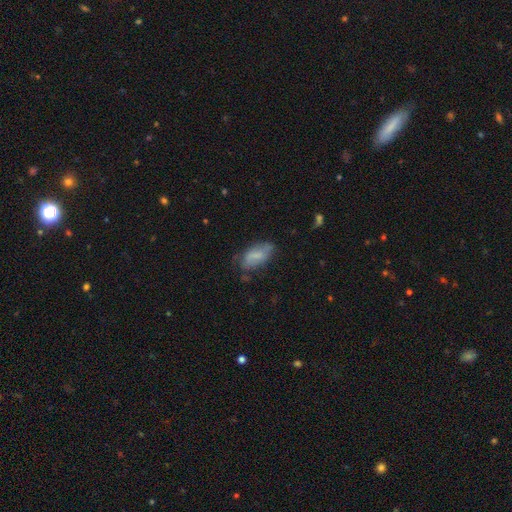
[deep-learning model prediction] smooth-or-featured: smooth: 66% | featured or disk: 26% | star or artifact: 8%
  how-rounded: in between: 89% | cigar-shaped: 8% | round: 3%
  merging: none: 53% | minor disturbance: 32% | major disturbance: 12% | merger: 3%